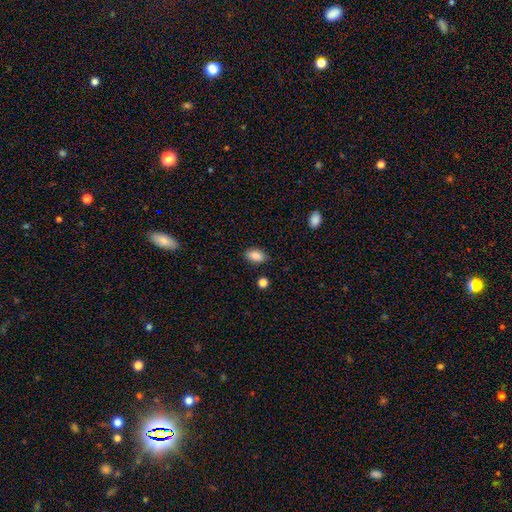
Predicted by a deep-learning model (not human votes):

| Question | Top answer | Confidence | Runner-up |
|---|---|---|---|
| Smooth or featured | smooth | 87% | star or artifact (8%) |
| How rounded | in between | 90% | round (7%) |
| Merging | none | 86% | minor disturbance (10%) |